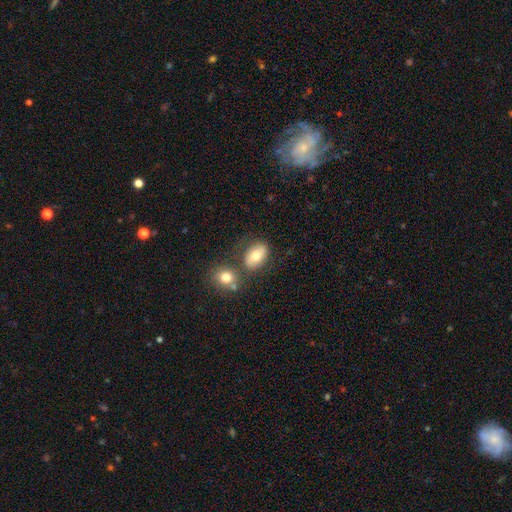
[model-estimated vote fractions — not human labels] Q: Smooth or featured?
A: smooth (73%); runner-up: featured or disk (19%)
Q: How rounded?
A: in between (85%); runner-up: round (13%)
Q: Merging?
A: none (65%); runner-up: merger (17%)